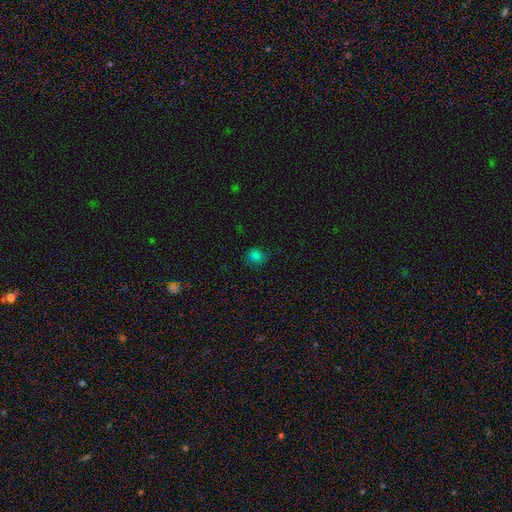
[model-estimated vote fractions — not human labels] Q: Smooth or featured?
A: smooth (78%); runner-up: star or artifact (16%)
Q: How rounded?
A: round (81%); runner-up: in between (18%)
Q: Merging?
A: none (75%); runner-up: minor disturbance (18%)